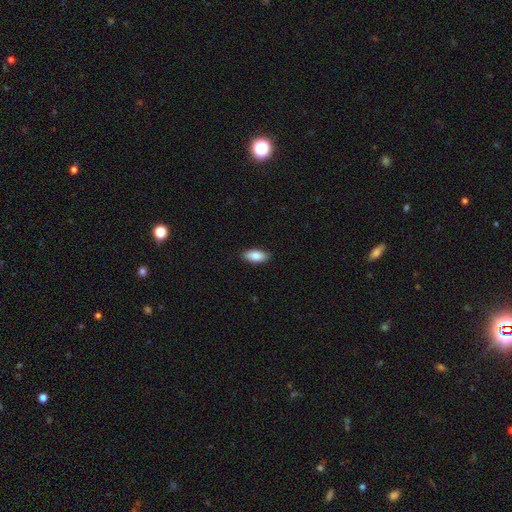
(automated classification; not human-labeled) smooth_or_featured: smooth (p=0.85) [alt: featured or disk p=0.08]
how_rounded: in between (p=0.89) [alt: cigar-shaped p=0.08]
merging: none (p=0.88) [alt: minor disturbance p=0.09]